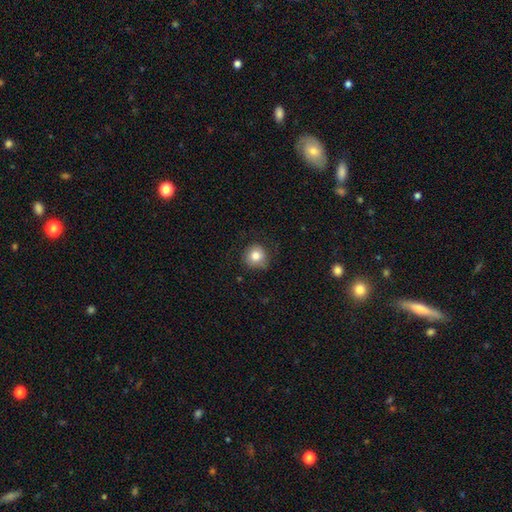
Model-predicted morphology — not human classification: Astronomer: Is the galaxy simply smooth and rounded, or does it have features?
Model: smooth — 81%.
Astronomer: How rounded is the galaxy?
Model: round — 90%.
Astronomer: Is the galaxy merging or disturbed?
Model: none — 76%.